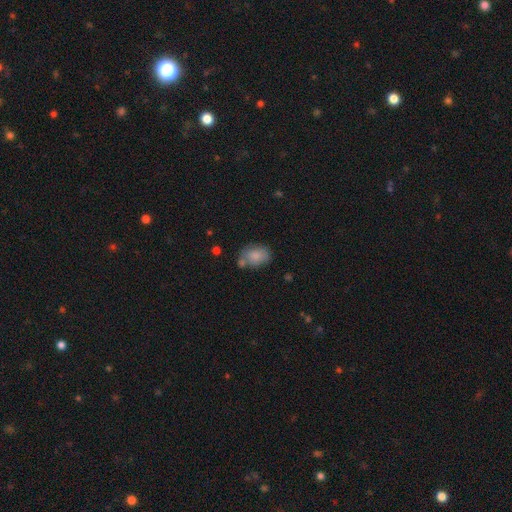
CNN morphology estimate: Smooth or featured: smooth — 82% (featured or disk — 11%)
How rounded: in between — 78% (round — 20%)
Merging: none — 56% (minor disturbance — 22%)